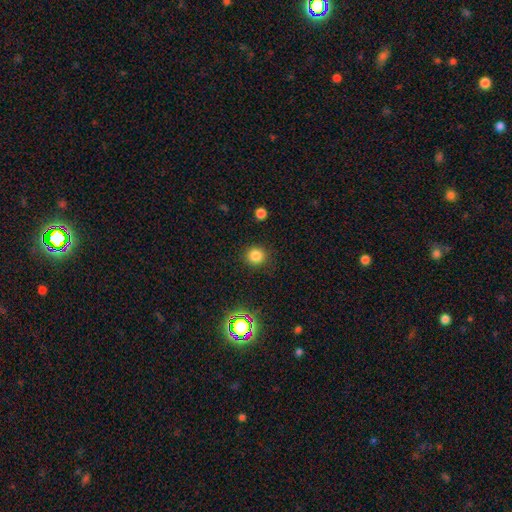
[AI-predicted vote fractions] A smooth galaxy with no disk features (81%) that is round (92%). Merging: none (89%).